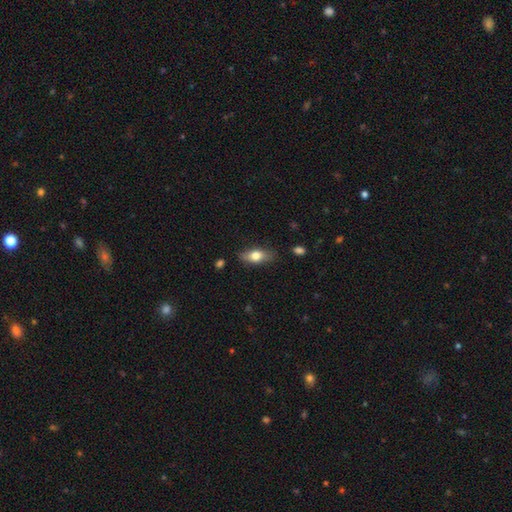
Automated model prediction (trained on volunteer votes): The model was most divided on "smooth or featured": smooth: 68%, featured or disk: 25%, star or artifact: 7%. More confident: merging — none (80%); how rounded — in between (78%).